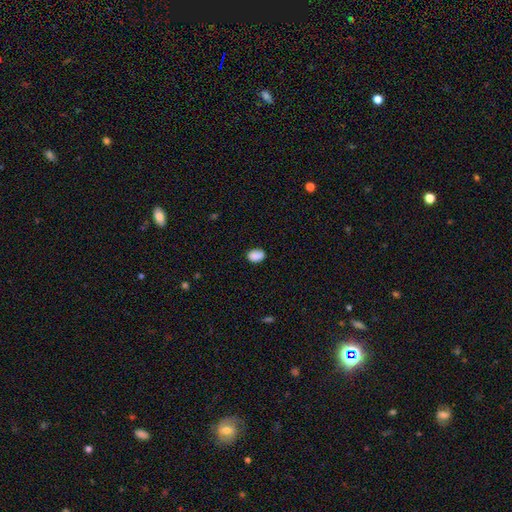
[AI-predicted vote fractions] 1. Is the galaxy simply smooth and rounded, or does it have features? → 87% smooth, 8% star or artifact, 5% featured or disk.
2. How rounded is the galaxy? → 73% in between, 26% round, 1% cigar-shaped.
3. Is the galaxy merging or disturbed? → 76% none, 18% minor disturbance, 4% major disturbance, 2% merger.